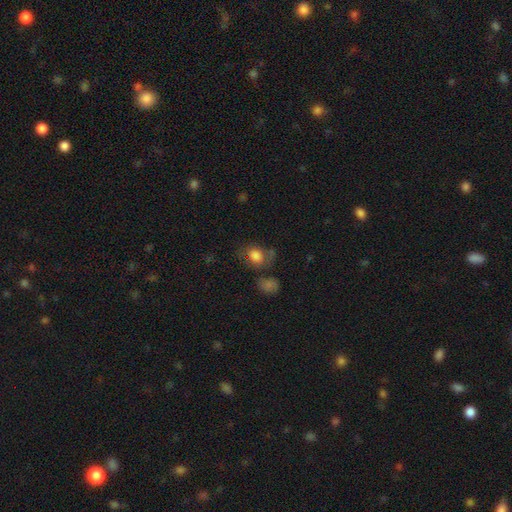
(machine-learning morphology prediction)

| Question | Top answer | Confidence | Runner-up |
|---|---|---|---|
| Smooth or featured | smooth | 76% | featured or disk (12%) |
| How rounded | round | 51% | in between (47%) |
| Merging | none | 54% | minor disturbance (21%) |